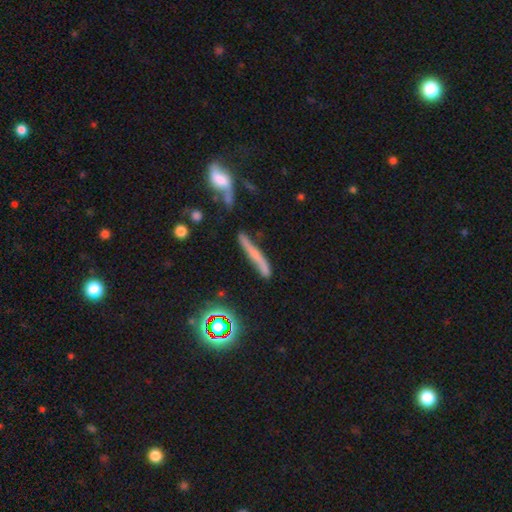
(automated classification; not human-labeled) Overall: featured or disk (46%; smooth 38%). Merging: none (58%; minor disturbance 23%).